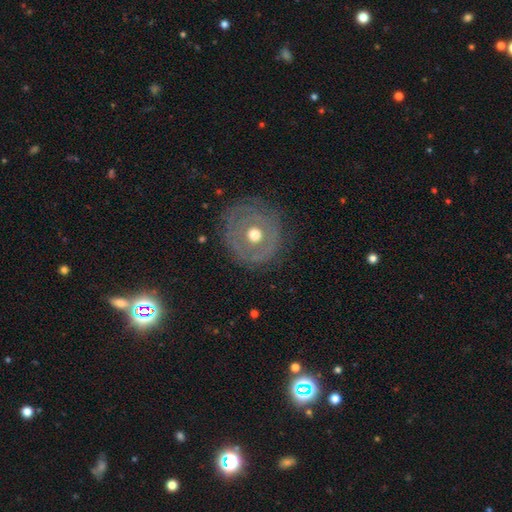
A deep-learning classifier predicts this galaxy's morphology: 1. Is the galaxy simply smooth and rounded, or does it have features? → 56% featured or disk, 31% smooth, 14% star or artifact.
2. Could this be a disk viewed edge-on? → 94% no, 6% yes.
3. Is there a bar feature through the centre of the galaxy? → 75% no, 18% weak, 7% strong.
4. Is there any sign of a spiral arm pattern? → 62% no, 38% yes.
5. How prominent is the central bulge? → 66% moderate, 28% small, 4% large, 1% dominant, 1% none.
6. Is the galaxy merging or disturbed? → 83% none, 11% minor disturbance, 5% major disturbance, 2% merger.